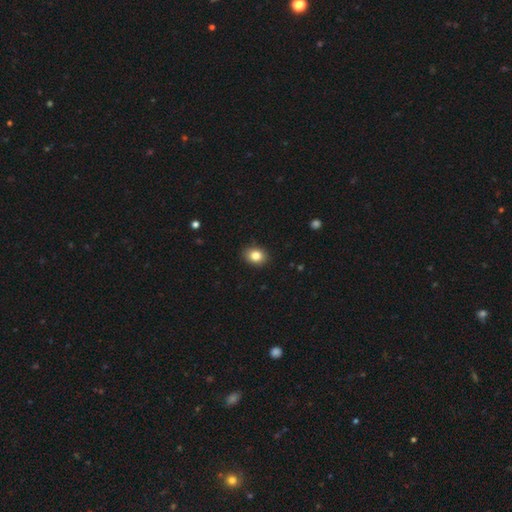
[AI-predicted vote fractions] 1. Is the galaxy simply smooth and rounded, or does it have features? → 84% smooth, 10% star or artifact, 7% featured or disk.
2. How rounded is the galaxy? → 57% in between, 42% round, 1% cigar-shaped.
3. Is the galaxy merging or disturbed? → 90% none, 8% minor disturbance, 2% major disturbance, 1% merger.